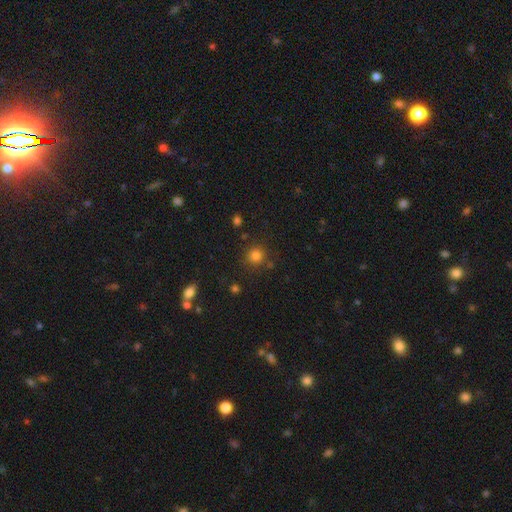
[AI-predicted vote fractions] The model was most divided on "smooth or featured": smooth: 80%, star or artifact: 14%, featured or disk: 5%. More confident: how rounded — round (92%); merging — none (83%).